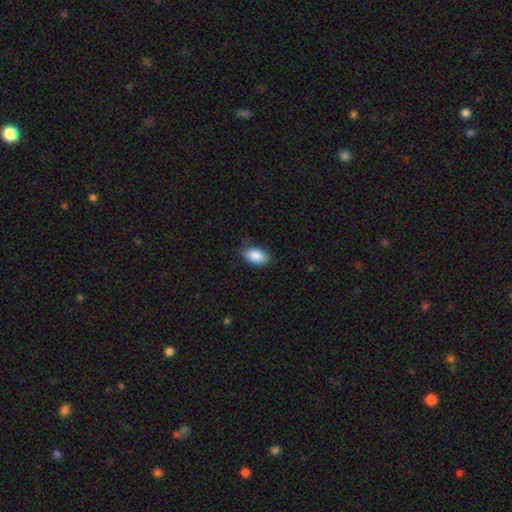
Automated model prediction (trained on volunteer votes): smooth-or-featured: smooth: 89% | star or artifact: 7% | featured or disk: 5%
  how-rounded: in between: 93% | round: 4% | cigar-shaped: 3%
  merging: none: 81% | minor disturbance: 15% | major disturbance: 3% | merger: 1%